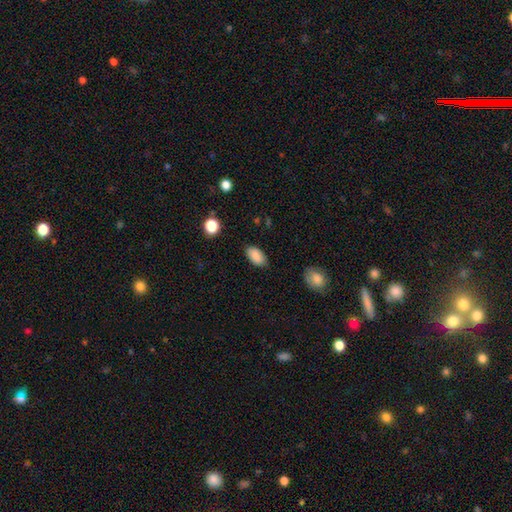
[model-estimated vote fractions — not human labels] Q: Smooth or featured?
A: smooth (86%); runner-up: star or artifact (8%)
Q: How rounded?
A: in between (94%); runner-up: round (4%)
Q: Merging?
A: none (85%); runner-up: minor disturbance (11%)